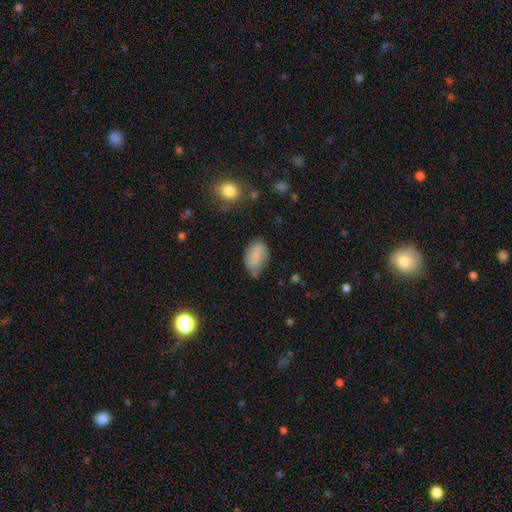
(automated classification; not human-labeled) Smooth or featured?
  - smooth: 72% *
  - featured or disk: 19%
  - star or artifact: 8%
How rounded?
  - in between: 88% *
  - round: 10%
  - cigar-shaped: 2%
Merging?
  - none: 52% *
  - minor disturbance: 34%
  - major disturbance: 9%
  - merger: 5%